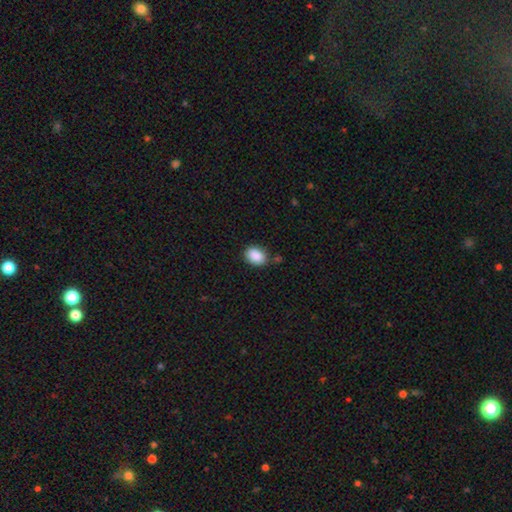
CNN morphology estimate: This appears to be a smooth galaxy with no disk features (89%) that is in between round and cigar-shaped (76%). Merging: none (81%).